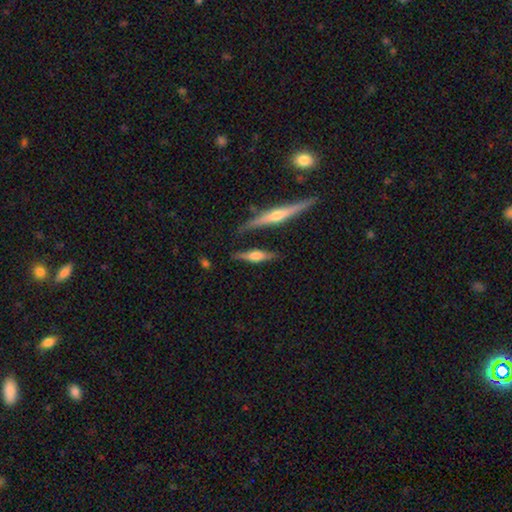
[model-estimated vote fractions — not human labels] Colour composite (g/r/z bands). It shows a featured or disk galaxy (61%) viewed edge-on (95%) with a rounded central bulge (83%). Merging: none (74%).